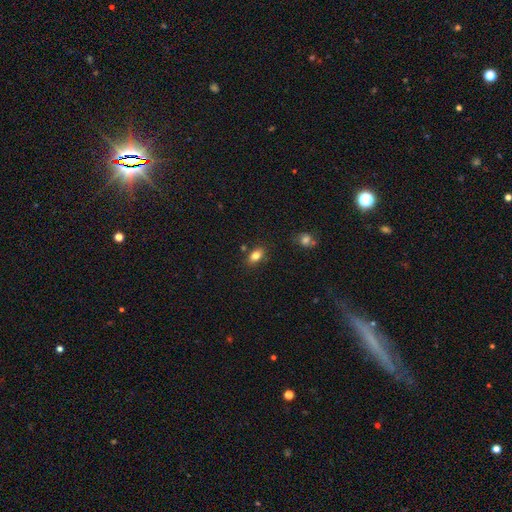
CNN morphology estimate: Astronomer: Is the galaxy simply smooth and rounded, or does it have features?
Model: smooth — 81%.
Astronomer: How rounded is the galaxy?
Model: in between — 86%.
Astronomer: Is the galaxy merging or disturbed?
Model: none — 82%.